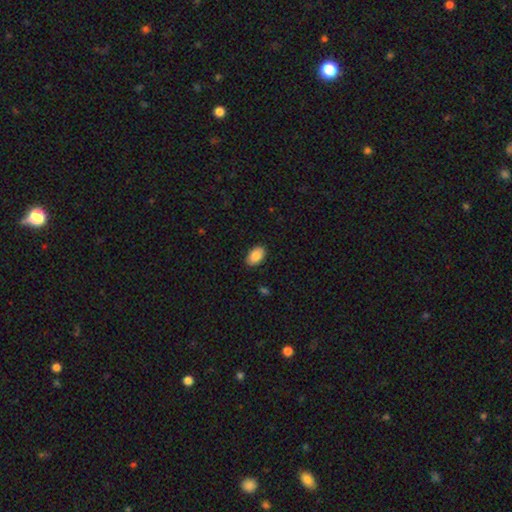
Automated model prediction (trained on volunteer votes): Smooth or featured: smooth — 86% (featured or disk — 7%)
How rounded: in between — 91% (round — 8%)
Merging: none — 88% (minor disturbance — 9%)